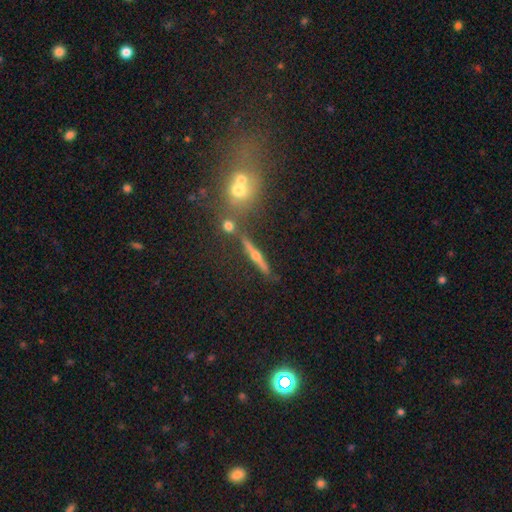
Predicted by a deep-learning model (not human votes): Smooth or featured: featured or disk — 71% (smooth — 18%)
Edge-on disk: yes — 94% (no — 6%)
Edge-on bulge: rounded — 92% (none — 4%)
Merging: none — 78% (minor disturbance — 9%)